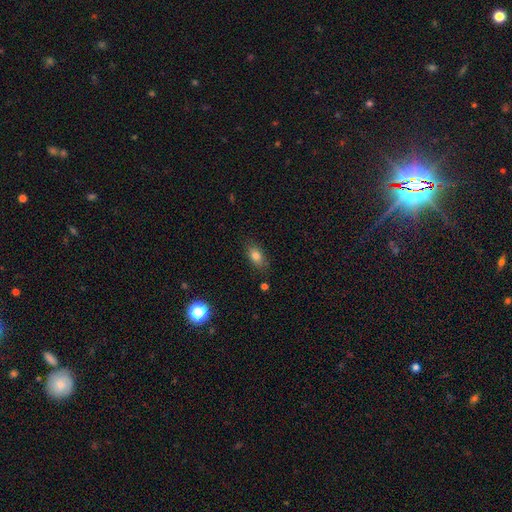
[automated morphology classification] The model was most divided on "merging": none: 81%, minor disturbance: 14%, major disturbance: 3%, merger: 2%. More confident: how rounded — in between (84%); smooth or featured — smooth (80%).